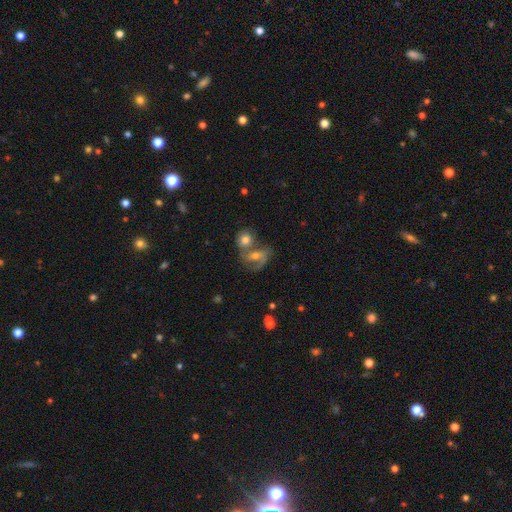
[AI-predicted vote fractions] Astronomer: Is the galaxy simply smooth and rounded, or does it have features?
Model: featured or disk — 63%.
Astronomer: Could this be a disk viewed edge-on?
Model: no — 96%.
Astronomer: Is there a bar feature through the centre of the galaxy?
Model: no — 43% (runner-up: weak, 41%).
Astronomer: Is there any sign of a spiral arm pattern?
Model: yes — 85%.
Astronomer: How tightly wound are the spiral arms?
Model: medium — 50% (runner-up: loose, 29%).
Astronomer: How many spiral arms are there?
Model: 2 — 69%.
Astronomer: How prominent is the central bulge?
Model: moderate — 58%.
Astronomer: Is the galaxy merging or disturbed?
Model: merger — 49% (runner-up: none, 31%).